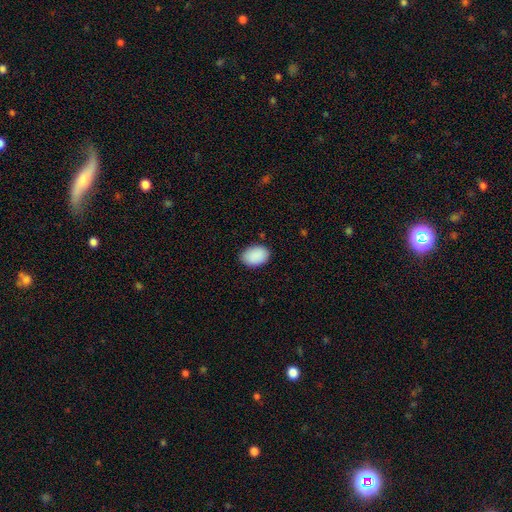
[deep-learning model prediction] Smooth or featured: smooth — 91% (star or artifact — 6%)
How rounded: in between — 84% (round — 15%)
Merging: none — 85% (minor disturbance — 12%)